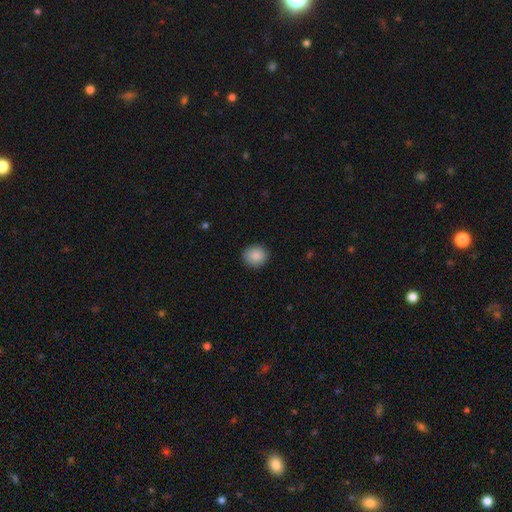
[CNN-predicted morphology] Smooth or featured? smooth (88%)
How rounded? round (82%)
Merging? none (89%)